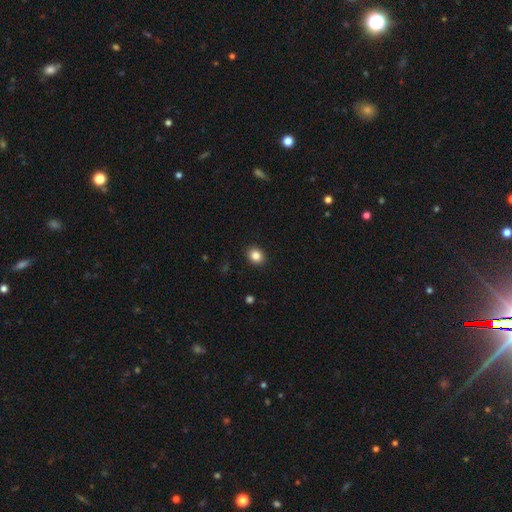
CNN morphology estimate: Overall: smooth (85%). How rounded: round (63%; in between 36%). Merging: none (91%).